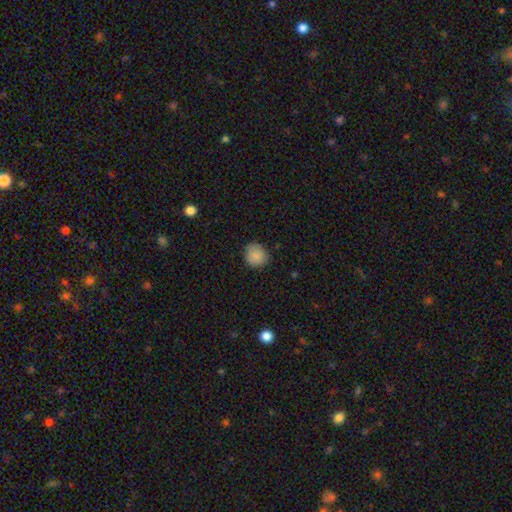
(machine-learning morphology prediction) The model was most divided on "merging": none: 82%, minor disturbance: 14%, major disturbance: 3%, merger: 1%. More confident: how rounded — round (89%); smooth or featured — smooth (87%).